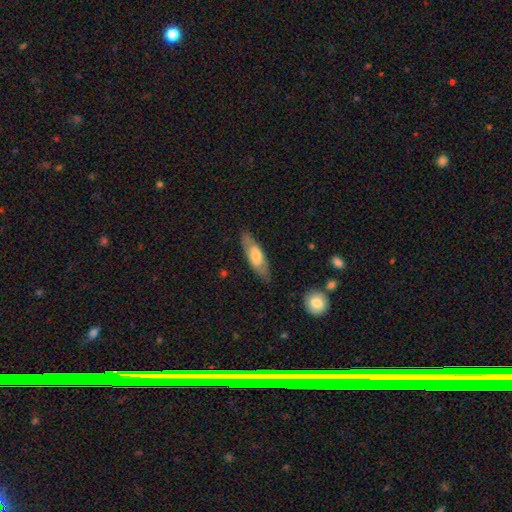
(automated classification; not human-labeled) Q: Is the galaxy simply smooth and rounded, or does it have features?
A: smooth — 60%.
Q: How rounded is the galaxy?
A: cigar-shaped — 50%.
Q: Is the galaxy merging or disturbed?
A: none — 81%.